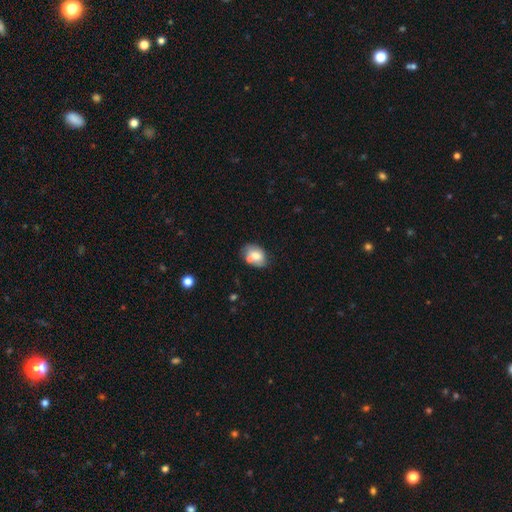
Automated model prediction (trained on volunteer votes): This is likely a smooth galaxy (67%). How rounded: likely in between (78%). Merging: possibly none (49%).